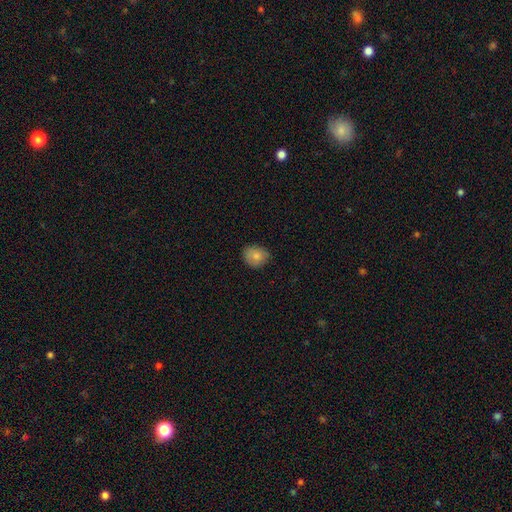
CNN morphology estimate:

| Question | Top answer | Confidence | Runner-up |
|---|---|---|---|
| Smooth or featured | smooth | 82% | star or artifact (9%) |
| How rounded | round | 60% | in between (39%) |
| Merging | none | 78% | minor disturbance (18%) |